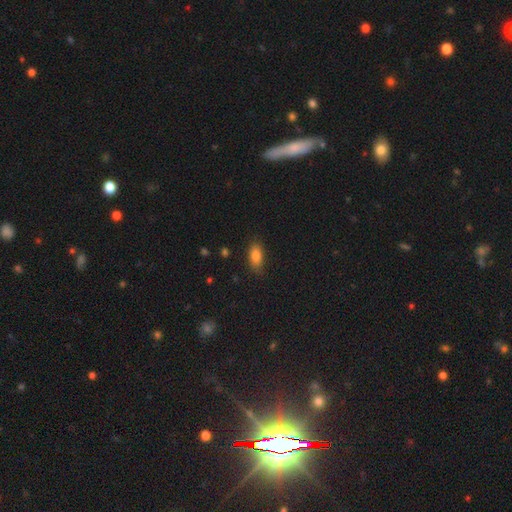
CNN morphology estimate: Smooth or featured? smooth (85%)
How rounded? in between (87%)
Merging? none (80%)